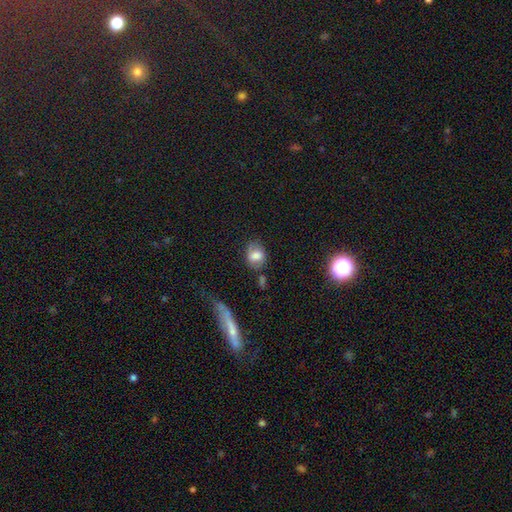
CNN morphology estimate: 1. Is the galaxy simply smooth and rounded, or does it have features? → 66% smooth, 25% featured or disk, 10% star or artifact.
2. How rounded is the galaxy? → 57% in between, 42% round, 1% cigar-shaped.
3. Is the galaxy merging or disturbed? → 62% none, 23% minor disturbance, 8% major disturbance, 7% merger.